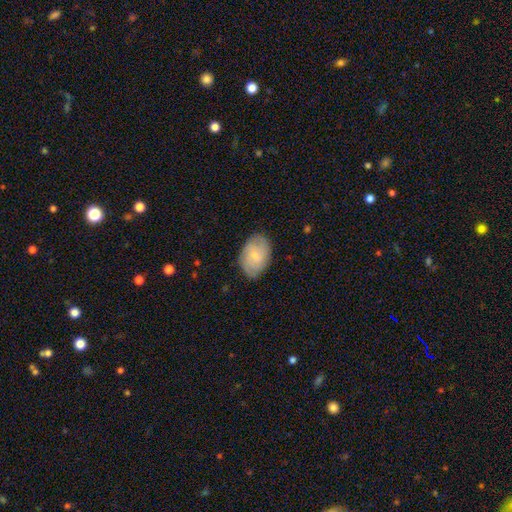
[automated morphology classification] Overall: smooth (50%; featured or disk 43%). Merging: none (80%).